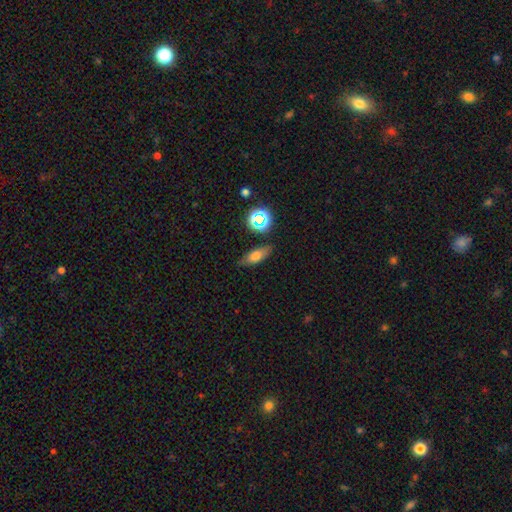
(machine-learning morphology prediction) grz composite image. It shows a smooth galaxy with no disk features (68%) that is in between round and cigar-shaped (67%). Merging: none (79%).